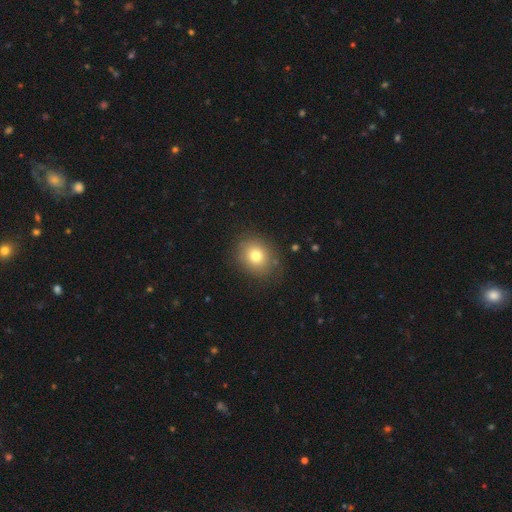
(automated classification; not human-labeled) Smooth or featured: smooth — 76% (star or artifact — 12%)
How rounded: round — 69% (in between — 30%)
Merging: none — 83% (minor disturbance — 11%)